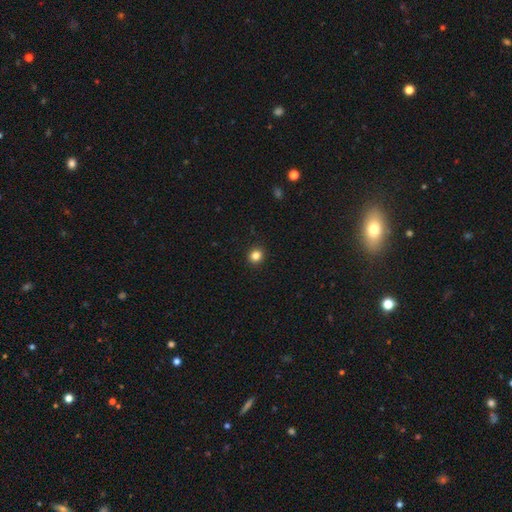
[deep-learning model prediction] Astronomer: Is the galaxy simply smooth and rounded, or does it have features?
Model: smooth — 84%.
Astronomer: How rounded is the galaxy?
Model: round — 90%.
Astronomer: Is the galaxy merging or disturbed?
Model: none — 93%.